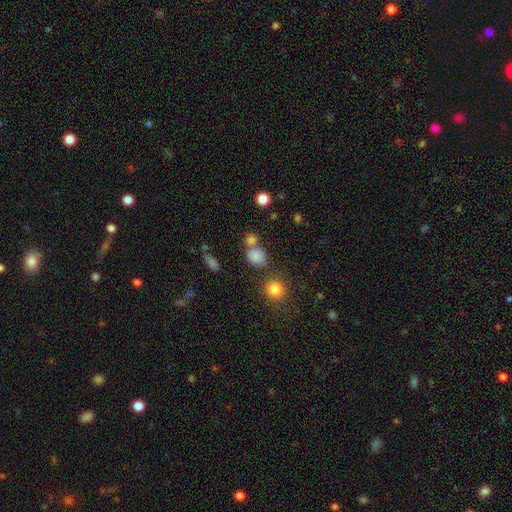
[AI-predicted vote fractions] Smooth or featured? Predicted: smooth (p=0.79). How rounded? Predicted: round (p=0.63). Merging? Predicted: none (p=0.53).